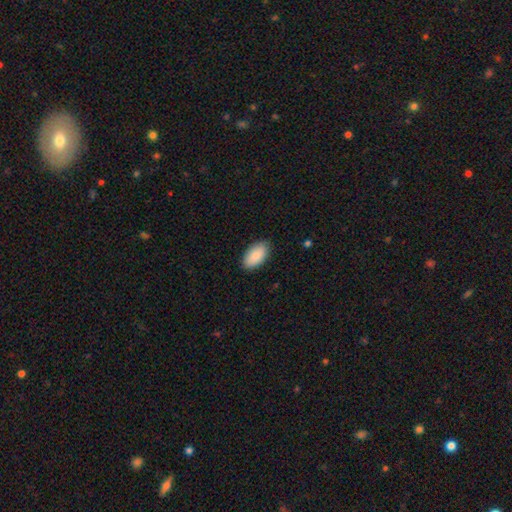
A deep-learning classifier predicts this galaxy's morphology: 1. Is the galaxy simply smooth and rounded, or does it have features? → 89% smooth, 6% star or artifact, 5% featured or disk.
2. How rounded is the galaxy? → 96% in between, 2% round, 2% cigar-shaped.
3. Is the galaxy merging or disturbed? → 87% none, 10% minor disturbance, 2% major disturbance, 1% merger.